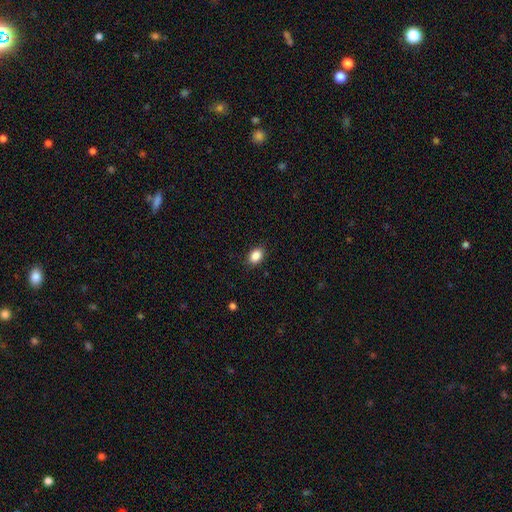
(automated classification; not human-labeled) Overall: smooth (88%). How rounded: in between (79%). Merging: none (87%).